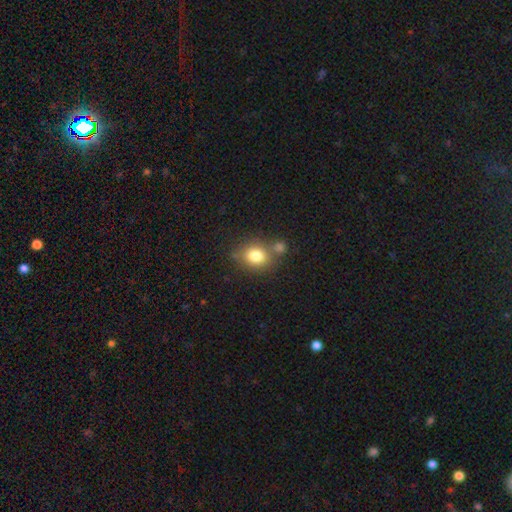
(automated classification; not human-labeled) Overall: smooth (81%). How rounded: round (57%; in between 42%). Merging: none (56%; merger 25%).